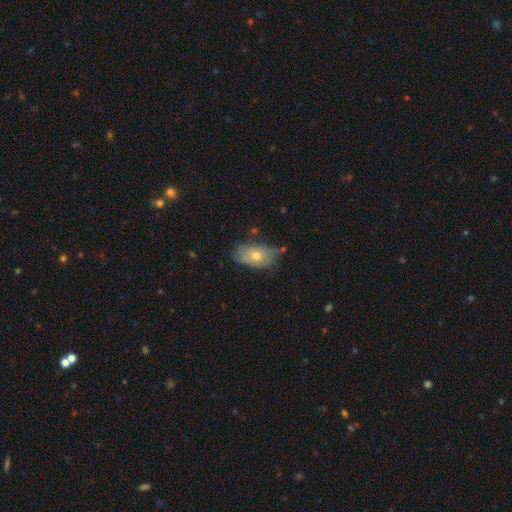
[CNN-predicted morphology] Overall: smooth (60%; featured or disk 32%). How rounded: in between (89%). Merging: none (54%; minor disturbance 33%).